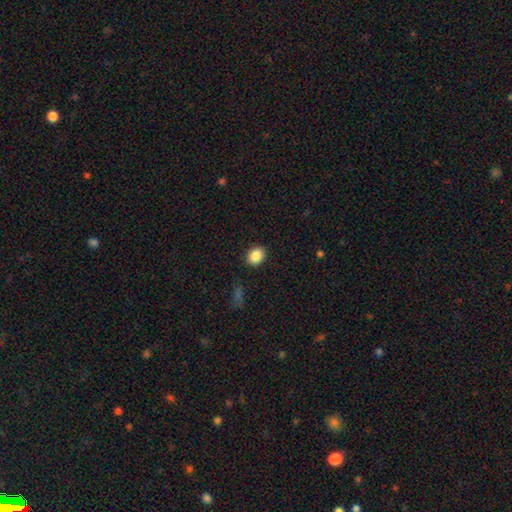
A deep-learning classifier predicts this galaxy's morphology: type=smooth (88%); roundness=in between (50%); merging=none (90%).